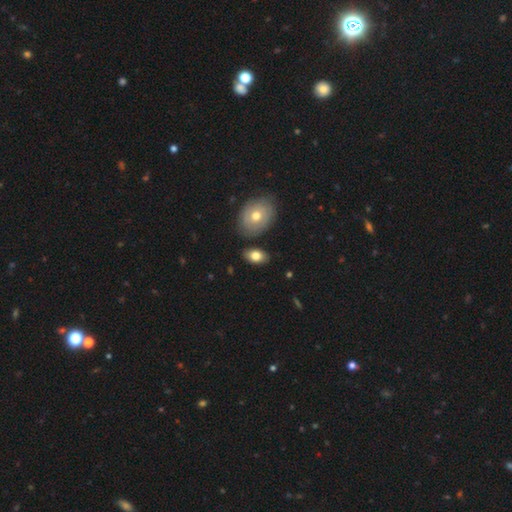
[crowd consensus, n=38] Volunteers were most divided on "smooth or featured": smooth: 82%, featured or disk: 13%, star or artifact: 5%. More confident: how rounded — in between (87%); merging — none (86%).